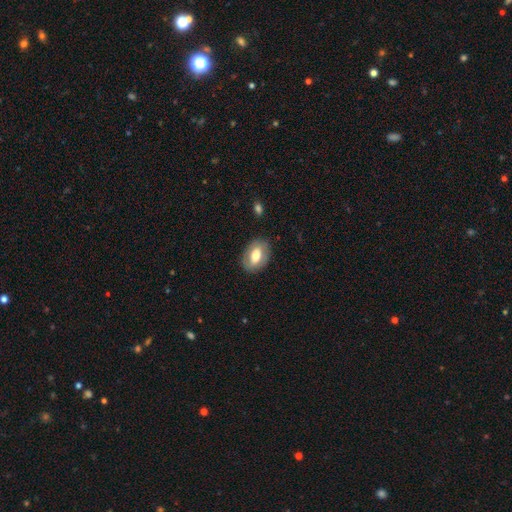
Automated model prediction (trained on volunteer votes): smooth-or-featured: smooth: 60% | featured or disk: 33% | star or artifact: 7%
  how-rounded: in between: 86% | round: 13% | cigar-shaped: 2%
  merging: none: 83% | minor disturbance: 12% | major disturbance: 4% | merger: 1%